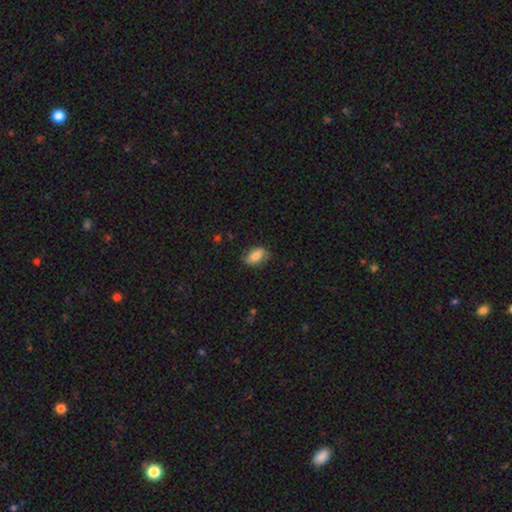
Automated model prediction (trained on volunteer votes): Smooth or featured: smooth — 80% (featured or disk — 13%)
How rounded: in between — 89% (round — 7%)
Merging: none — 73% (minor disturbance — 21%)